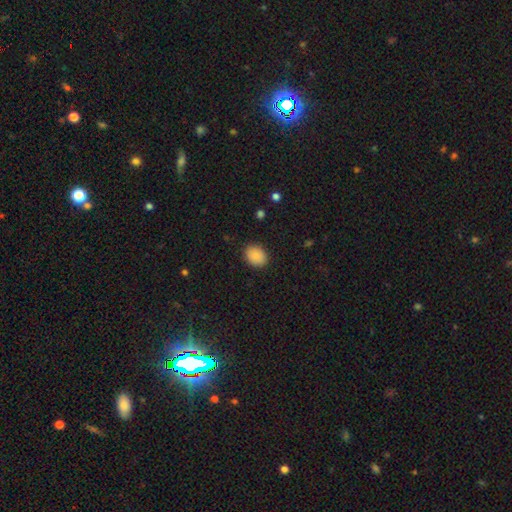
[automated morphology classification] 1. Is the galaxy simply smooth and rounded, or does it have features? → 88% smooth, 8% star or artifact, 4% featured or disk.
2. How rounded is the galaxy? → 53% in between, 46% round, 1% cigar-shaped.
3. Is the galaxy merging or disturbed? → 89% none, 8% minor disturbance, 2% major disturbance, 1% merger.